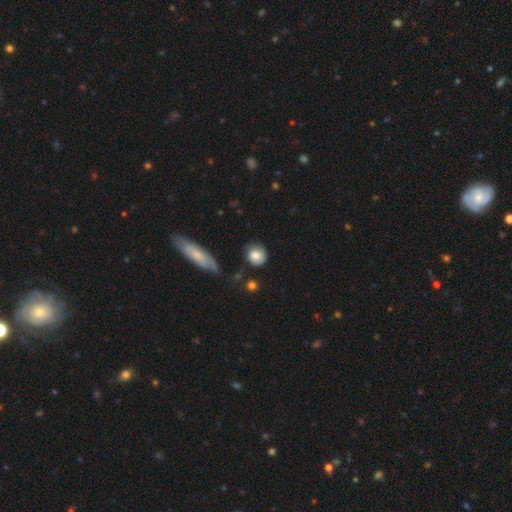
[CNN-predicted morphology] type=smooth (79%); roundness=round (79%); merging=none (64%).